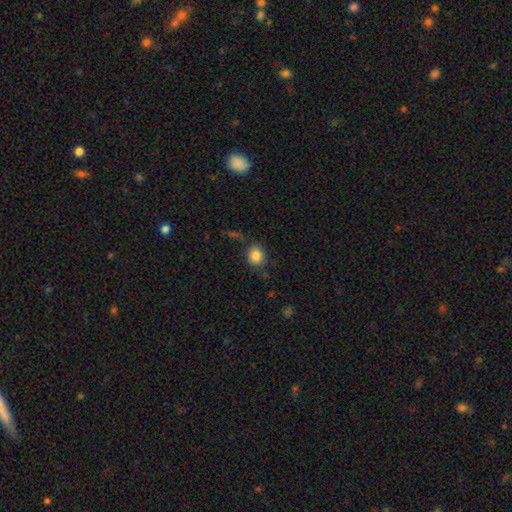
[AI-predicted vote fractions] Smooth or featured? smooth (85%)
How rounded? round (71%)
Merging? none (78%)